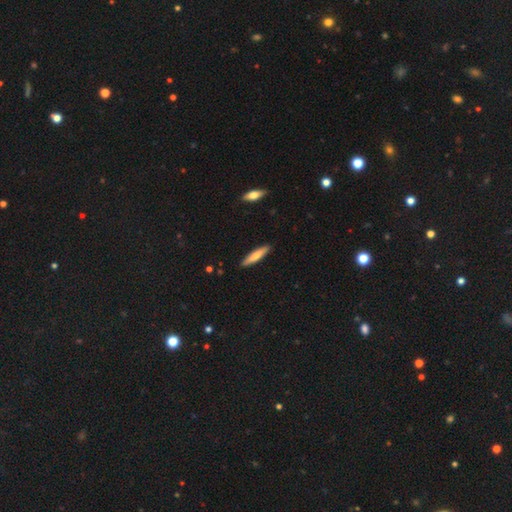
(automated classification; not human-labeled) A smooth galaxy with no disk features (72%) that is cigar-shaped (84%).

Vote fractions:
- Smooth or featured? smooth: 72% / featured or disk: 22% / star or artifact: 5%
- How rounded? cigar-shaped: 84% / in between: 15% / round: 1%
- Merging? none: 90% / minor disturbance: 7% / major disturbance: 1% / merger: 1%